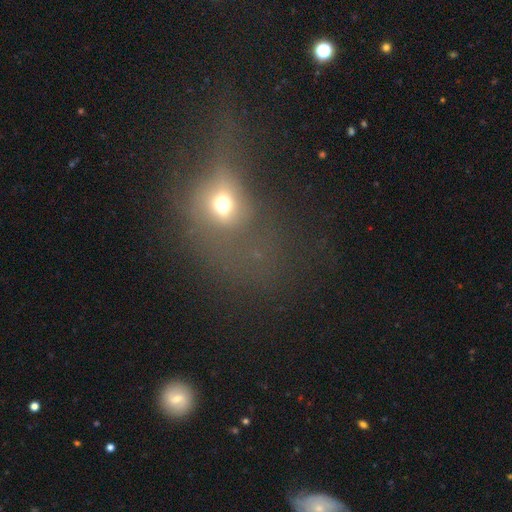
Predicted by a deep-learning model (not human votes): smooth 45%, featured or disk 29%, star or artifact 25%. Down the decision tree: merging — major disturbance (47%).